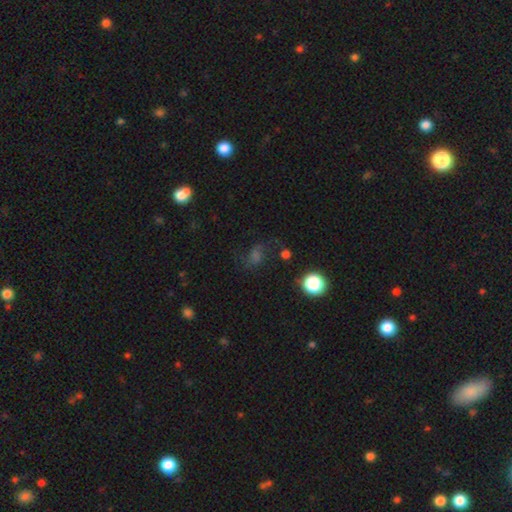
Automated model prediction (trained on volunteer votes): Smooth or featured?
  - smooth: 40% *
  - star or artifact: 33%
  - featured or disk: 27%
Merging?
  - none: 62% *
  - minor disturbance: 18%
  - major disturbance: 16%
  - merger: 4%